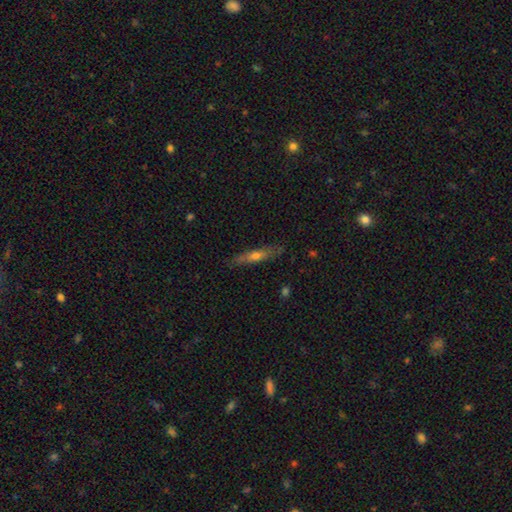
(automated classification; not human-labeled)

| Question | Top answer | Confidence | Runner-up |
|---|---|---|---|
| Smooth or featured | smooth | 53% | featured or disk (41%) |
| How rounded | cigar-shaped | 82% | in between (16%) |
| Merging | none | 81% | minor disturbance (15%) |